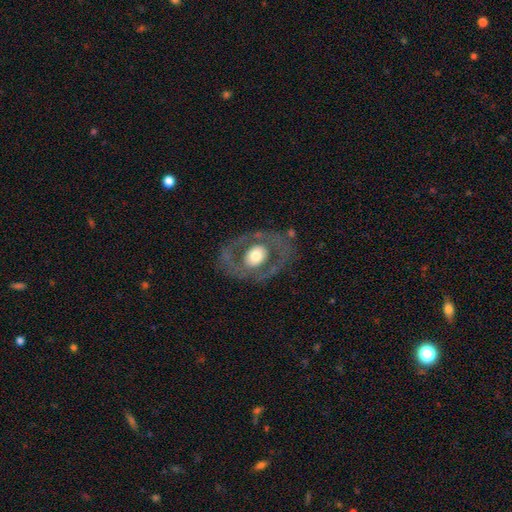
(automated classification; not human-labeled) A featured or disk galaxy (58%) with no bar (80%), no spiral arms (79%) and a moderate central bulge (49%).

Vote fractions:
- Smooth or featured? featured or disk: 58% / smooth: 36% / star or artifact: 6%
- Edge-on disk? no: 94% / yes: 6%
- Bar? no: 80% / weak: 13% / strong: 6%
- Spiral arms? no: 79% / yes: 21%
- Bulge size? moderate: 49% / large: 38% / small: 7% / dominant: 5% / none: 1%
- Merging? none: 75% / minor disturbance: 12% / major disturbance: 11% / merger: 2%